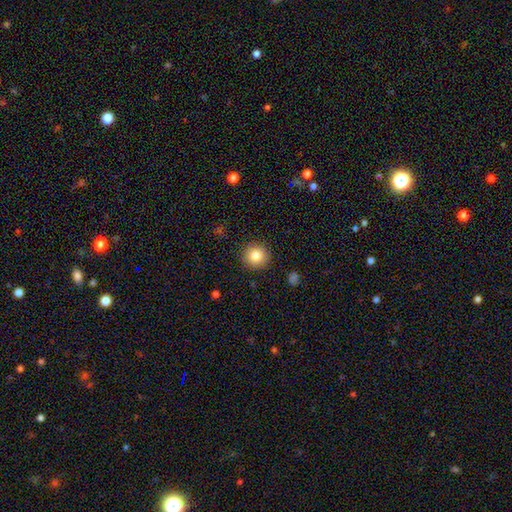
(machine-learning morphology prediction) Q: Smooth or featured?
A: smooth (83%); runner-up: star or artifact (10%)
Q: How rounded?
A: round (93%); runner-up: in between (6%)
Q: Merging?
A: none (90%); runner-up: minor disturbance (6%)